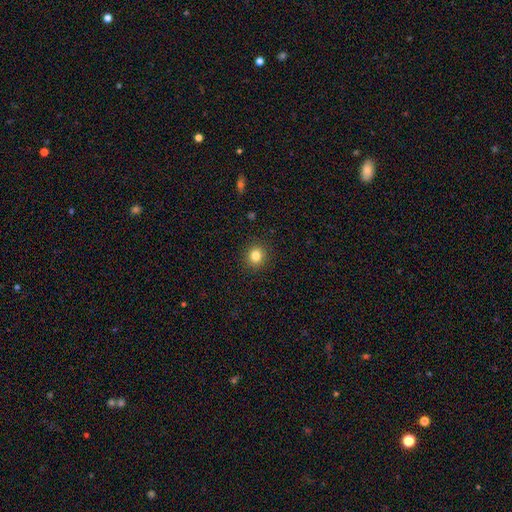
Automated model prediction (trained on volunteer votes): Smooth or featured?
  - smooth: 83% *
  - star or artifact: 12%
  - featured or disk: 6%
How rounded?
  - round: 86% *
  - in between: 14%
  - cigar-shaped: 1%
Merging?
  - none: 91% *
  - minor disturbance: 6%
  - major disturbance: 2%
  - merger: 1%